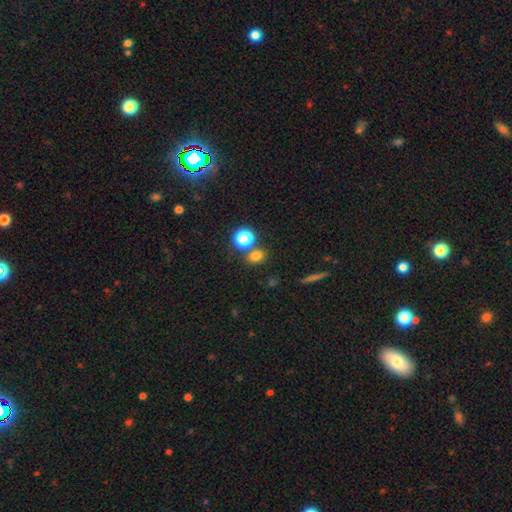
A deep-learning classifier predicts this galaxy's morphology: smooth 75%, star or artifact 18%, featured or disk 7%. Down the decision tree: how rounded — round (57%); merging — none (70%).